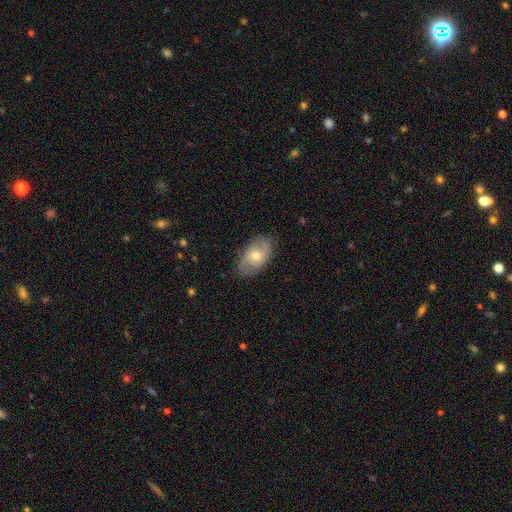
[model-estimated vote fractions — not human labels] smooth 49%, featured or disk 44%, star or artifact 7%. Down the decision tree: merging — none (79%).